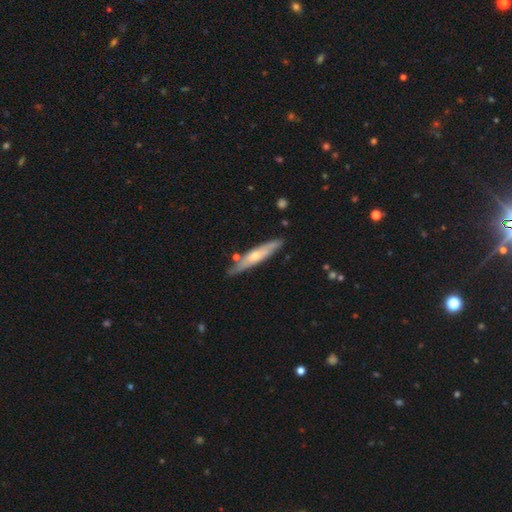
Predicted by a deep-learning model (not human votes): Smooth or featured?
  - featured or disk: 51% *
  - smooth: 44%
  - star or artifact: 5%
Edge-on disk?
  - yes: 80% *
  - no: 20%
Merging?
  - none: 79% *
  - minor disturbance: 14%
  - merger: 4%
  - major disturbance: 2%